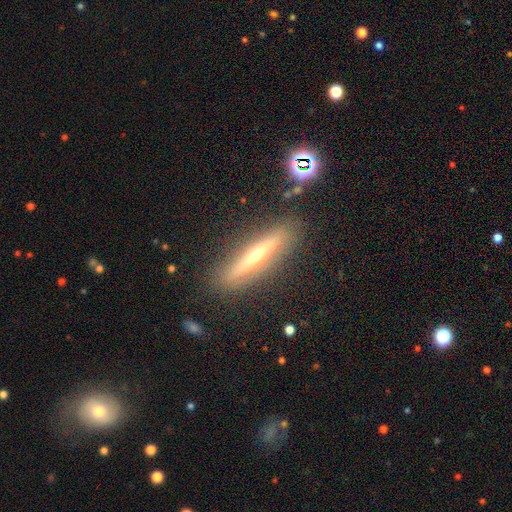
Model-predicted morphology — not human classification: type=featured or disk (66%); edge-on=yes (91%); edge-on bulge=rounded (85%); merging=none (87%).